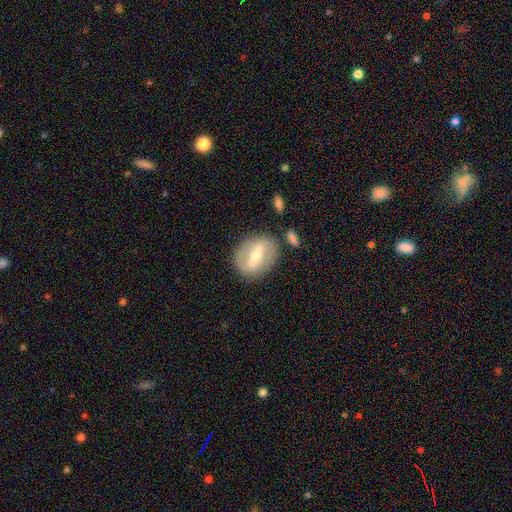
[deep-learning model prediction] The model was most divided on "bulge size": moderate: 51%, small: 42%, large: 4%, none: 2%, dominant: 1%. More confident: edge-on disk — no (85%); merging — none (79%); spiral arms — no (68%); bar — strong (65%); smooth or featured — featured or disk (63%).